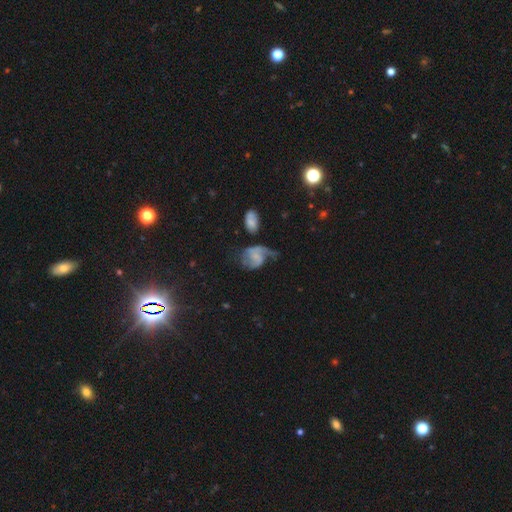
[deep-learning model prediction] This appears to be a featured or disk galaxy (61%) with no bar (62%), spiral arms (82%) and a small central bulge (50%). Merging: major disturbance (42%).